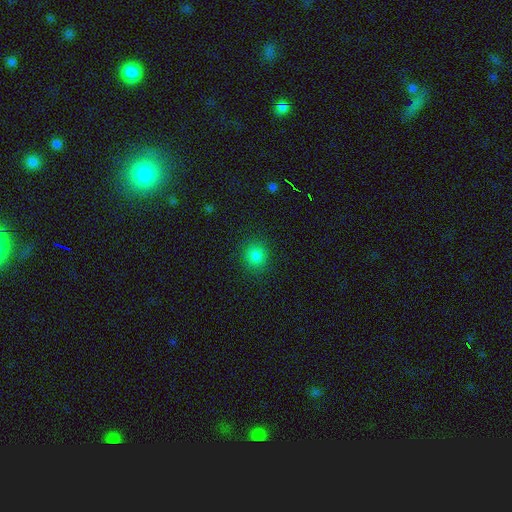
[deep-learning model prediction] Overall: smooth (83%). How rounded: round (88%). Merging: none (88%).